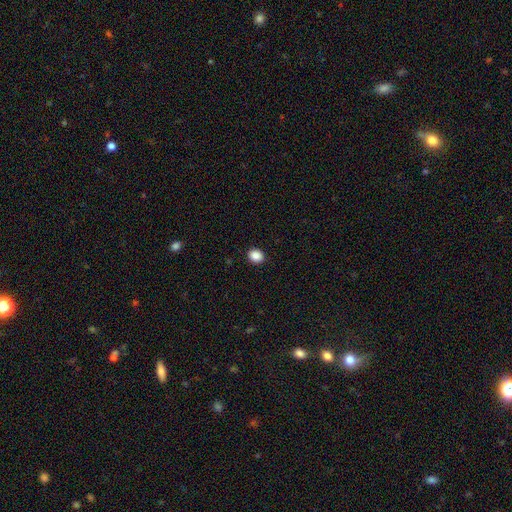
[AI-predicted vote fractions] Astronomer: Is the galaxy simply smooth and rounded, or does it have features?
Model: smooth — 88%.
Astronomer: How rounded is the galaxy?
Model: round — 64%.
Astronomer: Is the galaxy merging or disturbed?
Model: none — 92%.